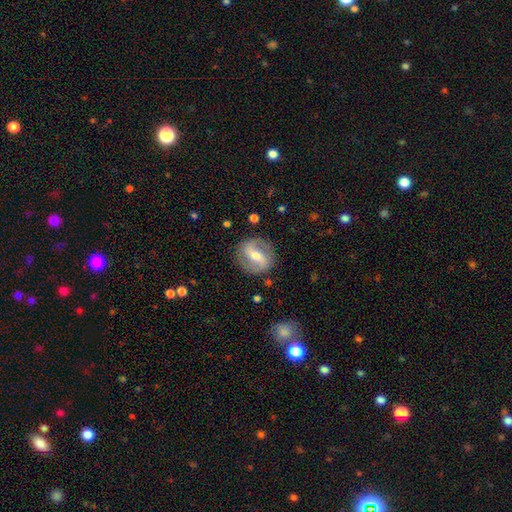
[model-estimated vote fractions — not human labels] This appears to be a featured or disk galaxy (74%) with a strong bar (47%), 2 (89%) loose (42%) spiral arms (81%) and a moderate central bulge (60%). Merging: none (84%).